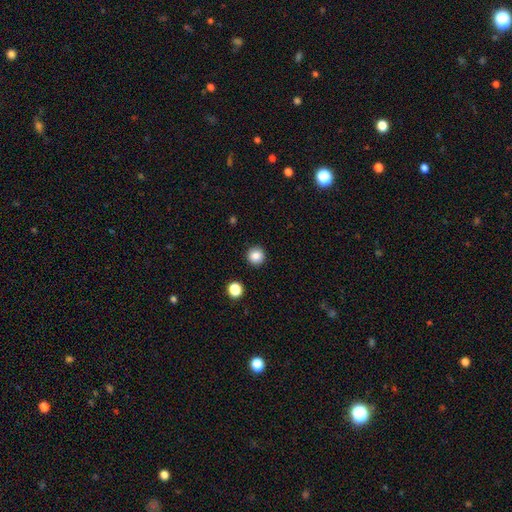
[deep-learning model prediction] Smooth or featured? Predicted: smooth (p=0.85). How rounded? Predicted: round (p=0.95). Merging? Predicted: none (p=0.92).